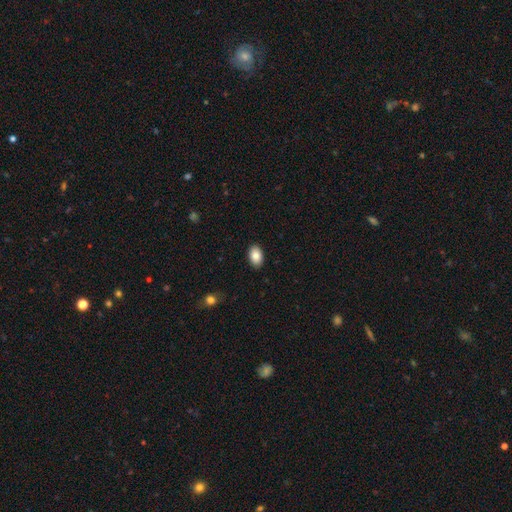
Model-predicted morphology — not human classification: A smooth galaxy with no disk features (86%) that is in between round and cigar-shaped (91%). Merging: none (89%).